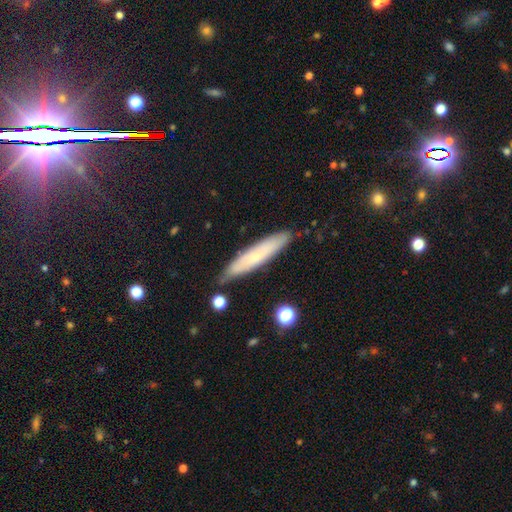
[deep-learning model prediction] Smooth or featured?
  - smooth: 62% *
  - featured or disk: 30%
  - star or artifact: 8%
How rounded?
  - cigar-shaped: 87% *
  - in between: 12%
  - round: 1%
Merging?
  - none: 83% *
  - minor disturbance: 12%
  - merger: 2%
  - major disturbance: 2%